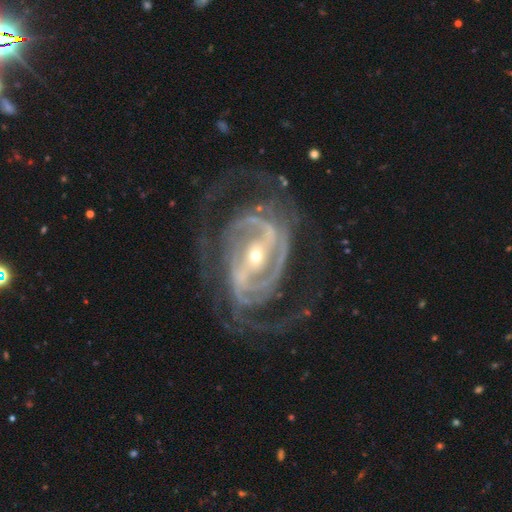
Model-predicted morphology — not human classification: type=featured or disk (92%); edge-on=no (96%); bar=strong (64%); spiral arms=yes (96%); winding=tight (49%); arm count=2 (43%); bulge=small (64%); merging=none (64%).